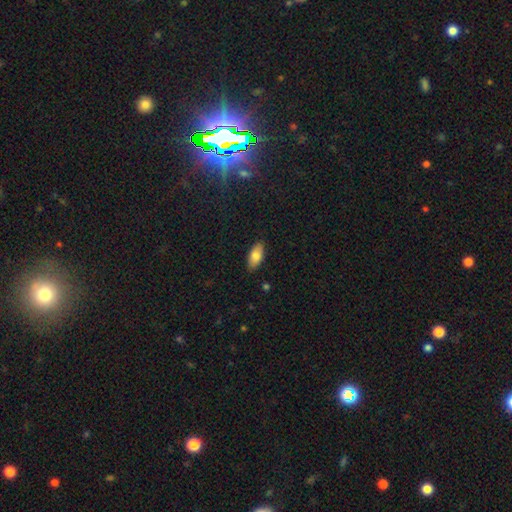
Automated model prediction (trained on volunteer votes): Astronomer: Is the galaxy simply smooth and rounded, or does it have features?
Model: smooth — 82%.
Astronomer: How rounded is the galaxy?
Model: in between — 90%.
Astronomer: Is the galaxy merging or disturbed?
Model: none — 86%.